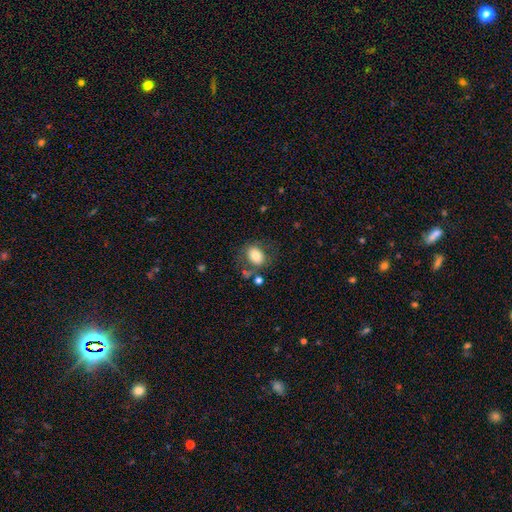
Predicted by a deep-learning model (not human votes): Smooth or featured?
  - smooth: 76% *
  - featured or disk: 15%
  - star or artifact: 9%
How rounded?
  - in between: 65% *
  - round: 34%
  - cigar-shaped: 1%
Merging?
  - none: 64% *
  - minor disturbance: 16%
  - major disturbance: 10%
  - merger: 9%